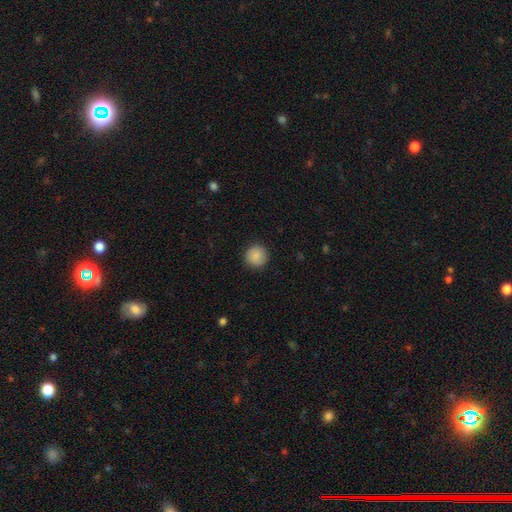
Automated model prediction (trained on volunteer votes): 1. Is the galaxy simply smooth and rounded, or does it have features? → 88% smooth, 8% star or artifact, 4% featured or disk.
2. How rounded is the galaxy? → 95% round, 4% in between, 1% cigar-shaped.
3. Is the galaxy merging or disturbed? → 91% none, 6% minor disturbance, 2% major disturbance, 1% merger.